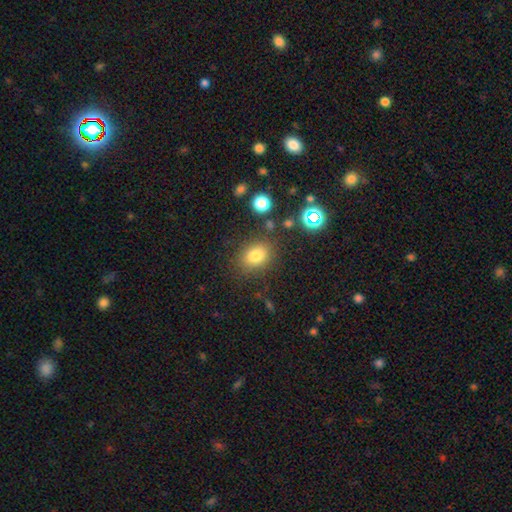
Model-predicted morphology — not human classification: Smooth or featured?
  - smooth: 79% *
  - star or artifact: 13%
  - featured or disk: 8%
How rounded?
  - in between: 53% *
  - round: 46%
  - cigar-shaped: 1%
Merging?
  - none: 80% *
  - minor disturbance: 12%
  - major disturbance: 5%
  - merger: 4%